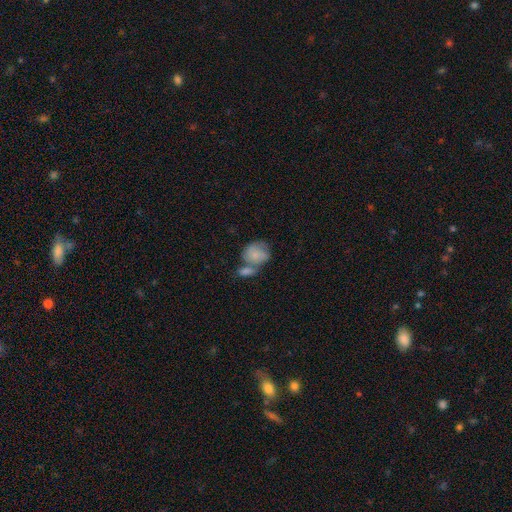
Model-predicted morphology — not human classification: This is likely a smooth galaxy (75%). How rounded: possibly round (56%). Merging: possibly merger (50%).